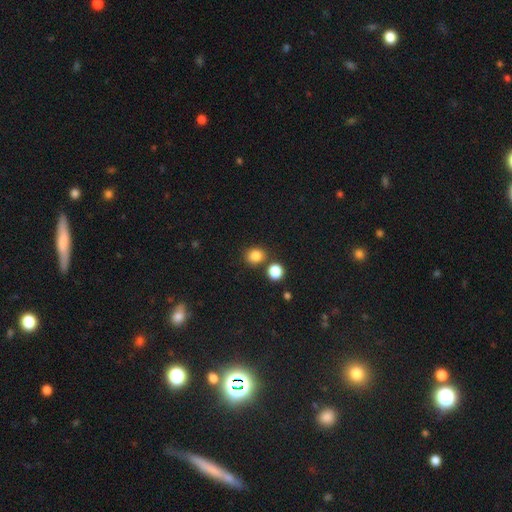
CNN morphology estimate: A smooth galaxy with no disk features (83%) that is round (74%). Merging: none (75%).